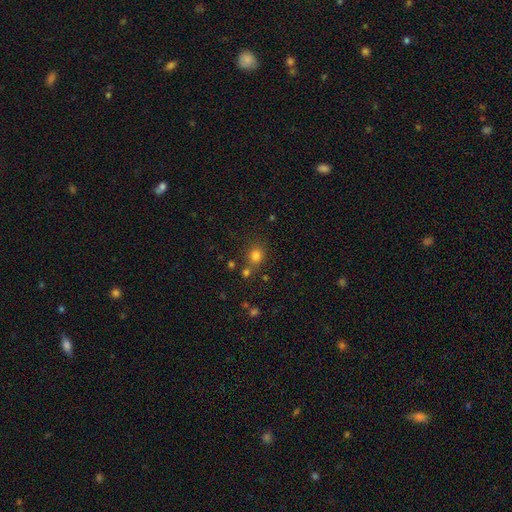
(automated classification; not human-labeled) smooth 78%, star or artifact 15%, featured or disk 6%. Down the decision tree: how rounded — round (80%); merging — none (69%).